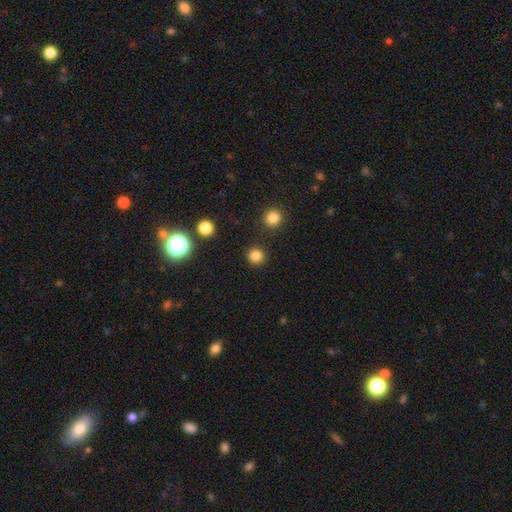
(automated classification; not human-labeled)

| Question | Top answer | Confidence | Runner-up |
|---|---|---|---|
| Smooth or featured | smooth | 81% | star or artifact (15%) |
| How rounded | round | 94% | in between (5%) |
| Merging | none | 90% | minor disturbance (6%) |